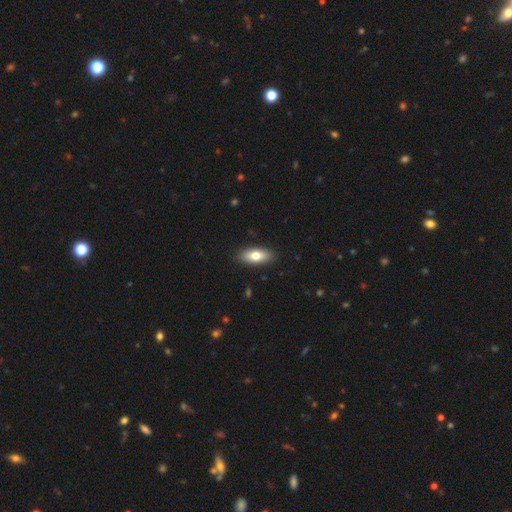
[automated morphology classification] Smooth or featured? Predicted: smooth (p=0.75). How rounded? Predicted: in between (p=0.82). Merging? Predicted: none (p=0.90).